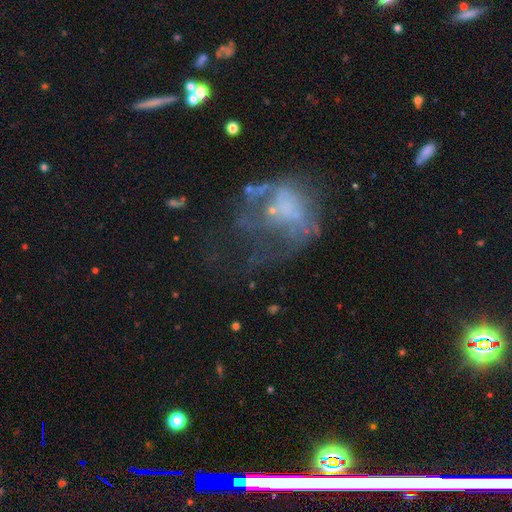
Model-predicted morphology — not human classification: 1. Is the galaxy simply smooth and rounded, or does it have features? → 50% featured or disk, 29% smooth, 21% star or artifact.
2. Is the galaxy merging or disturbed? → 47% major disturbance, 28% none, 17% minor disturbance, 8% merger.